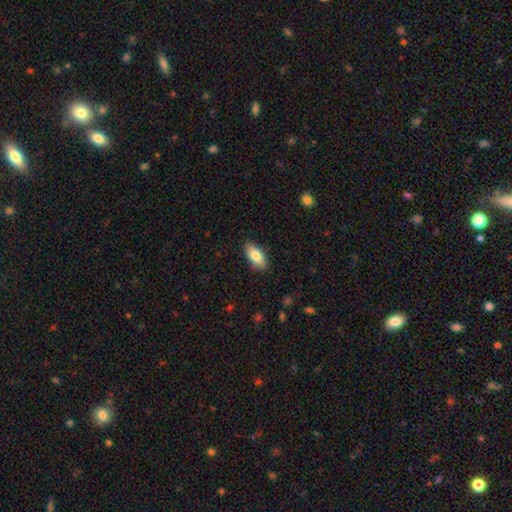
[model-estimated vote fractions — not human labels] Smooth or featured?
  - smooth: 78% *
  - featured or disk: 16%
  - star or artifact: 6%
How rounded?
  - in between: 87% *
  - cigar-shaped: 10%
  - round: 3%
Merging?
  - none: 87% *
  - minor disturbance: 10%
  - major disturbance: 2%
  - merger: 1%